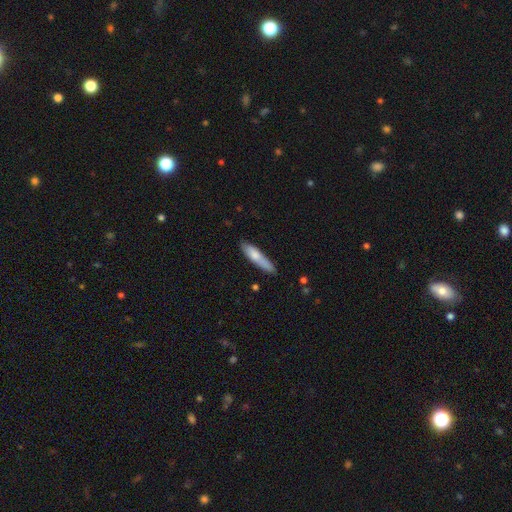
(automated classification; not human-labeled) A smooth galaxy with no disk features (72%) that is cigar-shaped (78%). Merging: none (71%).